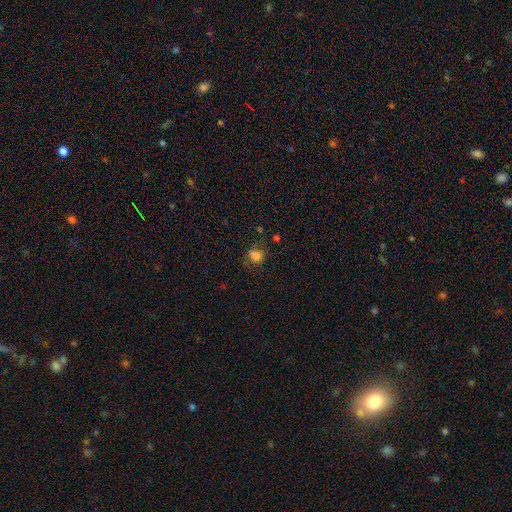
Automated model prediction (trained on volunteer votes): Morphology: type=smooth (74%); roundness=round (57%); merging=none (55%).